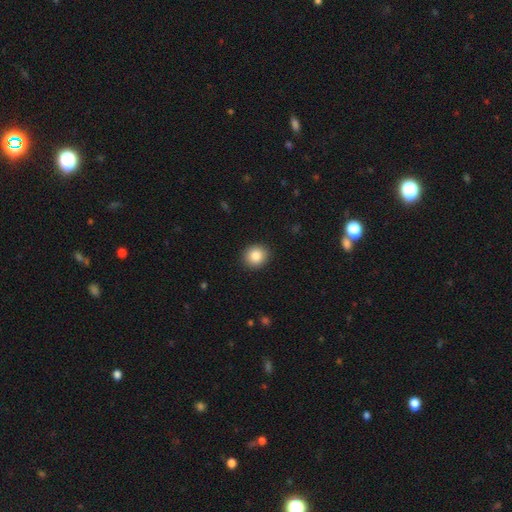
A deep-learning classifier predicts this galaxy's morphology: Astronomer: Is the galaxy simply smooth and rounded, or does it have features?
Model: smooth — 86%.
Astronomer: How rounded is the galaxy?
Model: round — 83%.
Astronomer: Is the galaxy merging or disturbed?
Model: none — 91%.